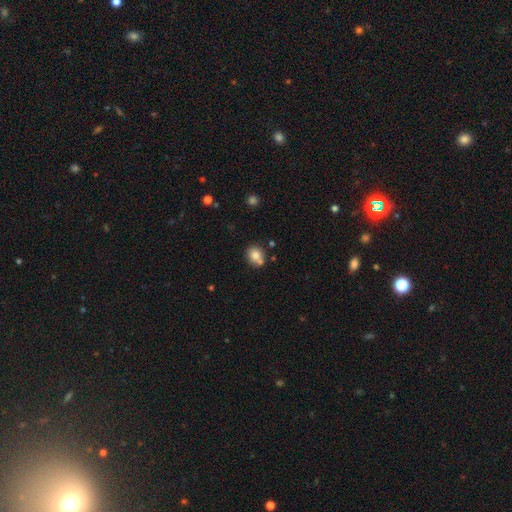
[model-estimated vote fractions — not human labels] The model was most divided on "merging": none: 63%, merger: 21%, minor disturbance: 12%, major disturbance: 3%. More confident: smooth or featured — smooth (80%); how rounded — round (78%).